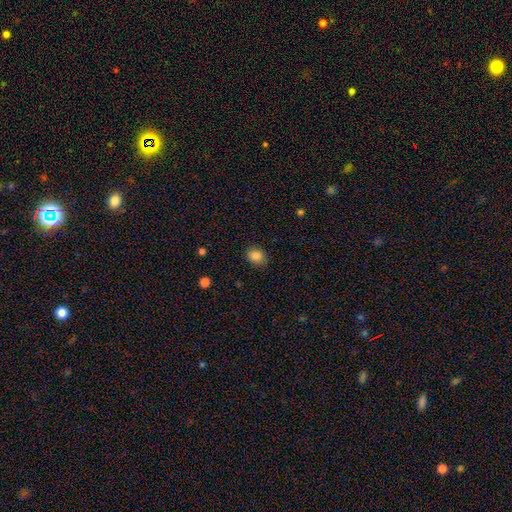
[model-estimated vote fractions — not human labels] smooth-or-featured: smooth: 85% | star or artifact: 10% | featured or disk: 5%
  how-rounded: round: 54% | in between: 45% | cigar-shaped: 1%
  merging: none: 85% | minor disturbance: 12% | major disturbance: 3% | merger: 1%